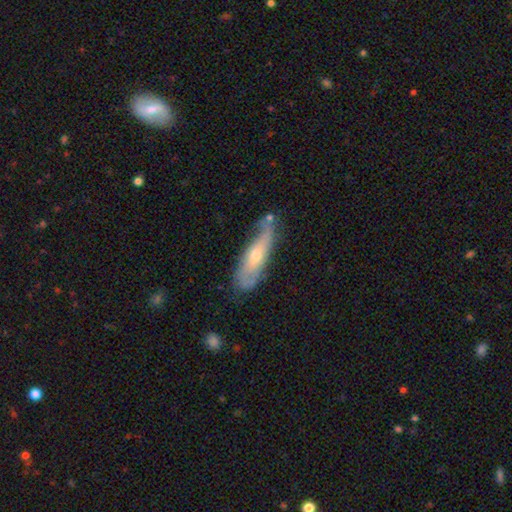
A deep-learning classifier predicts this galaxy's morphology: Smooth or featured? Predicted: featured or disk (p=0.52). Edge-on disk? Predicted: no (p=0.62). Merging? Predicted: none (p=0.53).